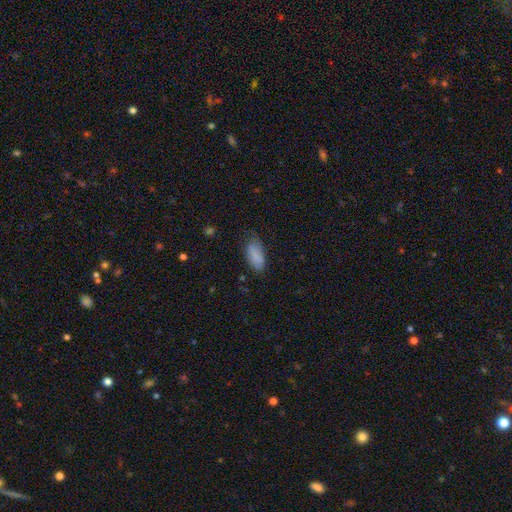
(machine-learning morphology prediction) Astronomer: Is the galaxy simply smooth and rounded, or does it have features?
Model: smooth — 82%.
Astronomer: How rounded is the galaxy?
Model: in between — 89%.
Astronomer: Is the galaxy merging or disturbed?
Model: none — 62%.